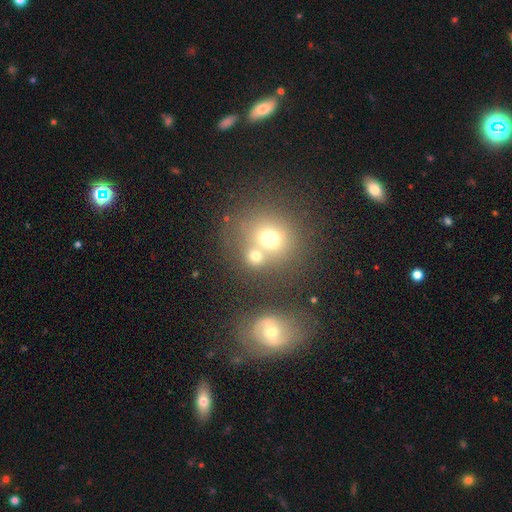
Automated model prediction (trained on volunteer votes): Smooth or featured?
  - smooth: 68% *
  - star or artifact: 17%
  - featured or disk: 15%
How rounded?
  - round: 81% *
  - in between: 18%
  - cigar-shaped: 1%
Merging?
  - merger: 45% *
  - none: 42%
  - minor disturbance: 8%
  - major disturbance: 5%